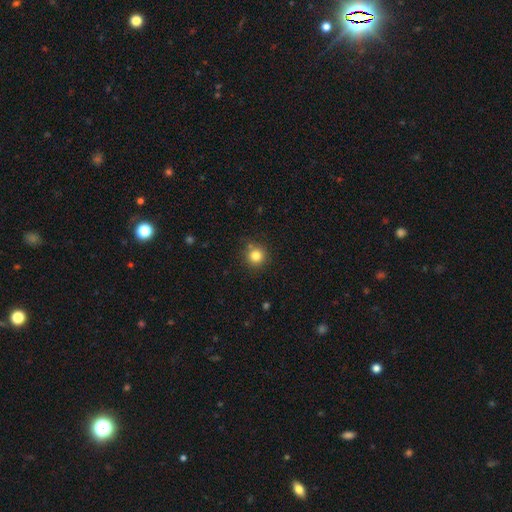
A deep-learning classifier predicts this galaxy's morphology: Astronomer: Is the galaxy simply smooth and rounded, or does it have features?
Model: smooth — 83%.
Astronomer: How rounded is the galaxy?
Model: round — 94%.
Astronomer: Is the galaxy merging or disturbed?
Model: none — 83%.